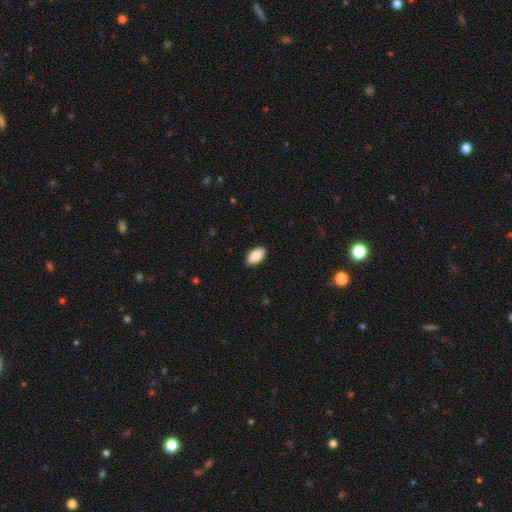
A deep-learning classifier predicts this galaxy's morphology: smooth-or-featured: smooth: 90% | star or artifact: 6% | featured or disk: 4%
  how-rounded: in between: 95% | round: 3% | cigar-shaped: 2%
  merging: none: 89% | minor disturbance: 8% | major disturbance: 2% | merger: 1%